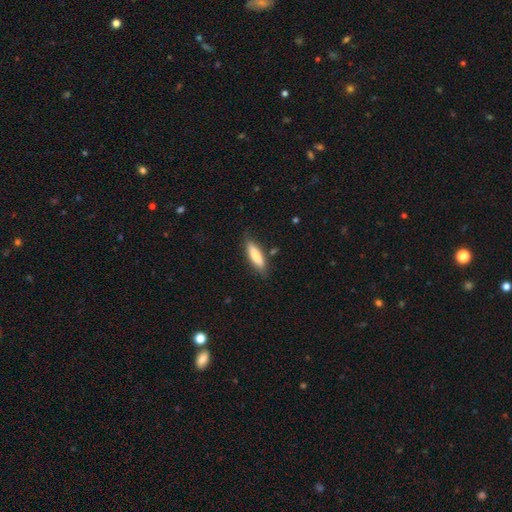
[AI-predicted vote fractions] This appears to be a smooth galaxy with no disk features (76%) that is cigar-shaped (62%). Merging: none (80%).